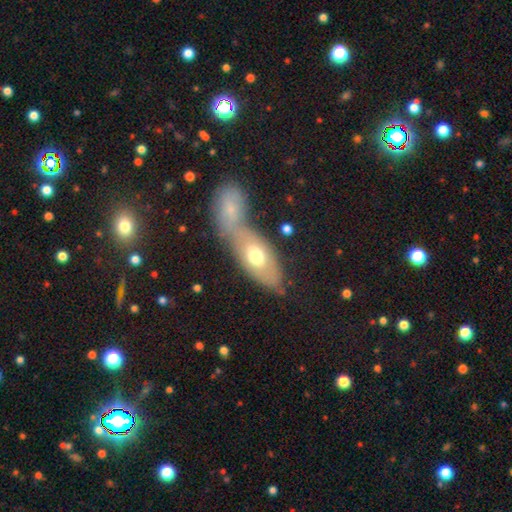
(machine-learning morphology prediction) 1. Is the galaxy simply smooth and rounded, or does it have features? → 59% smooth, 34% featured or disk, 7% star or artifact.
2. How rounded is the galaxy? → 84% in between, 11% cigar-shaped, 5% round.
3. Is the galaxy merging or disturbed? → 53% merger, 32% none, 10% minor disturbance, 5% major disturbance.